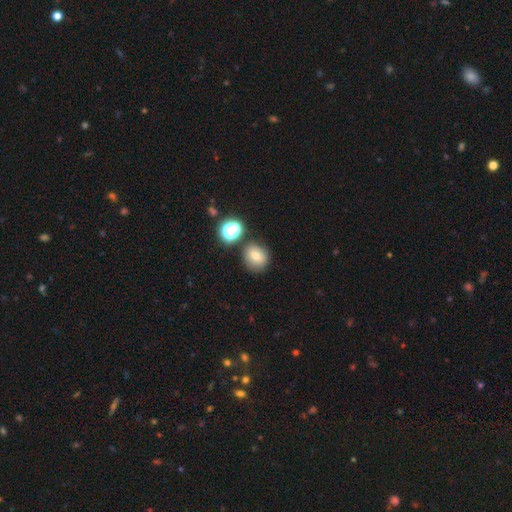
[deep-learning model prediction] Morphology: type=smooth (69%); roundness=round (77%); merging=none (77%).